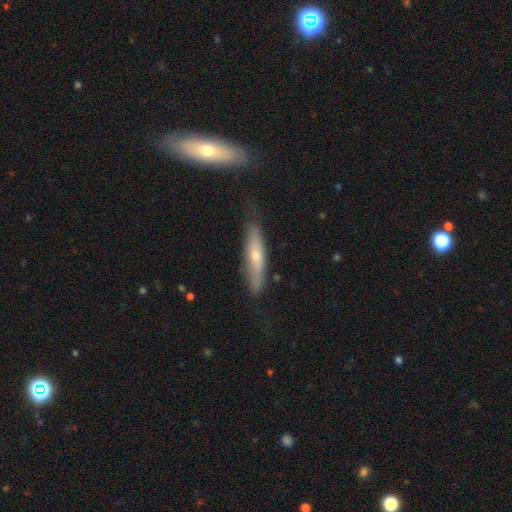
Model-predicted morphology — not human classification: Smooth or featured? Predicted: smooth (p=0.48). Merging? Predicted: none (p=0.74).